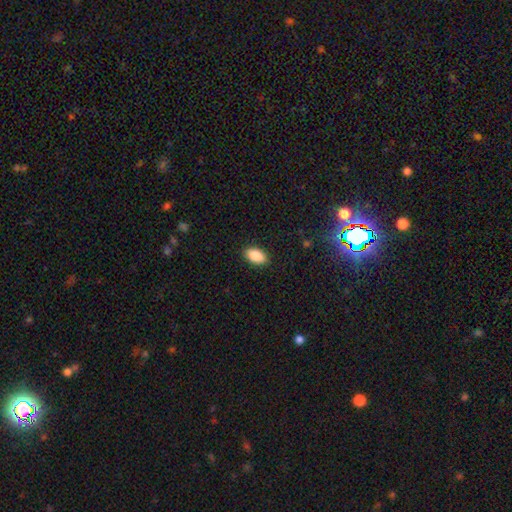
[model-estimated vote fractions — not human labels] A smooth galaxy with no disk features (87%) that is in between round and cigar-shaped (92%). Merging: none (89%).